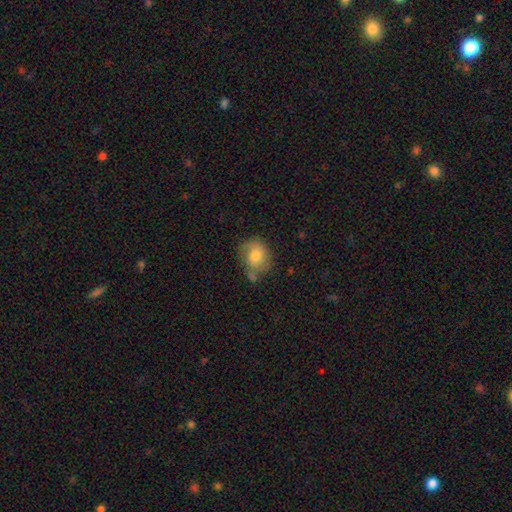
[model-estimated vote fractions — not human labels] Smooth or featured?
  - smooth: 71% *
  - featured or disk: 21%
  - star or artifact: 8%
How rounded?
  - round: 66% *
  - in between: 33%
  - cigar-shaped: 1%
Merging?
  - none: 56% *
  - minor disturbance: 26%
  - merger: 9%
  - major disturbance: 9%